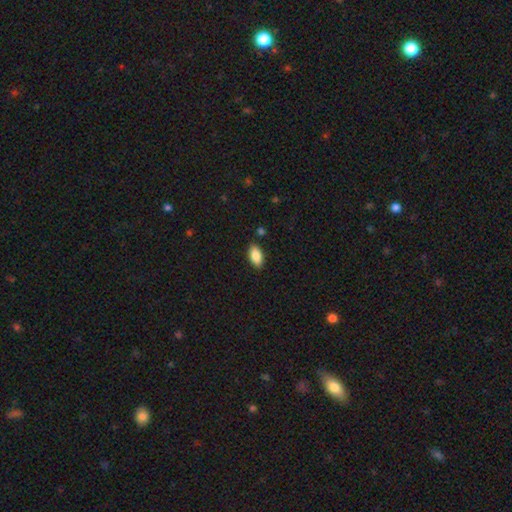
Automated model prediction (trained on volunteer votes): Q: Smooth or featured?
A: smooth (87%); runner-up: star or artifact (7%)
Q: How rounded?
A: in between (92%); runner-up: cigar-shaped (5%)
Q: Merging?
A: none (85%); runner-up: minor disturbance (10%)